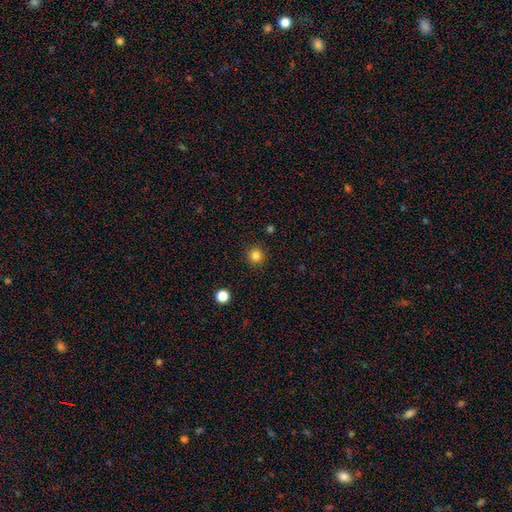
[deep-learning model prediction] This is clearly a smooth galaxy (82%). How rounded: clearly round (94%). Merging: clearly none (91%).